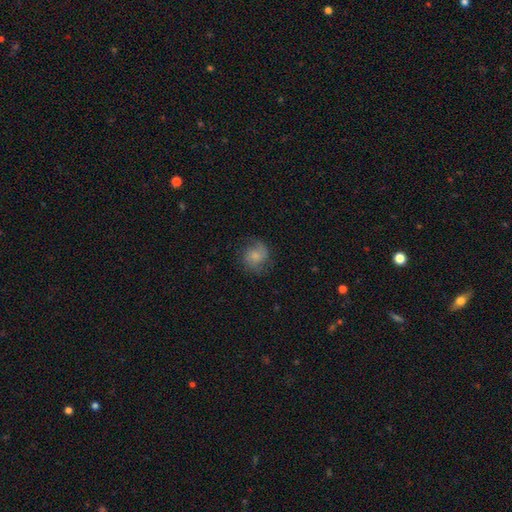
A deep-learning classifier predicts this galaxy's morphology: Smooth or featured? smooth (51%)
How rounded? round (77%)
Merging? none (66%)